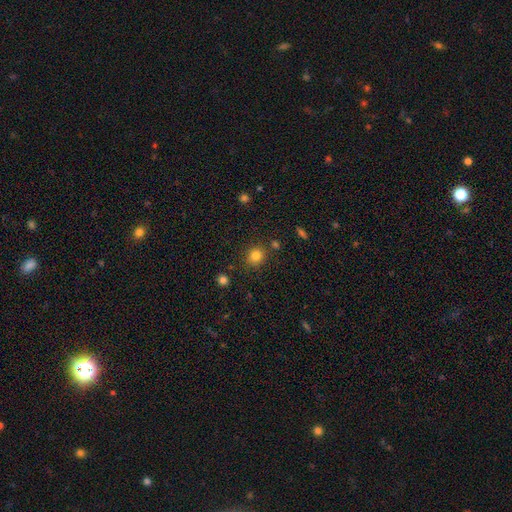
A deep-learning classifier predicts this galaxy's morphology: Smooth or featured? Predicted: smooth (p=0.82). How rounded? Predicted: round (p=0.84). Merging? Predicted: none (p=0.83).